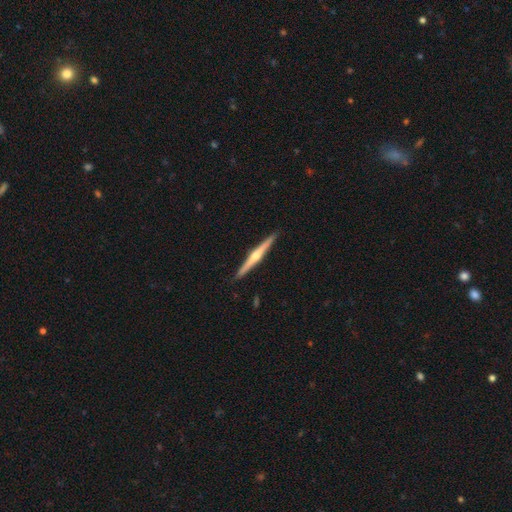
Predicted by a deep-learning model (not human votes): A featured or disk galaxy (75%) viewed edge-on (98%) with a rounded central bulge (88%). Merging: none (92%).